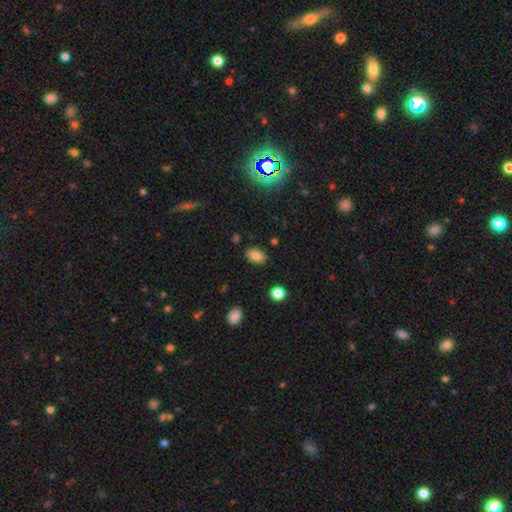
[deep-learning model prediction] This appears to be a smooth galaxy with no disk features (83%) that is in between round and cigar-shaped (85%). Merging: none (84%).